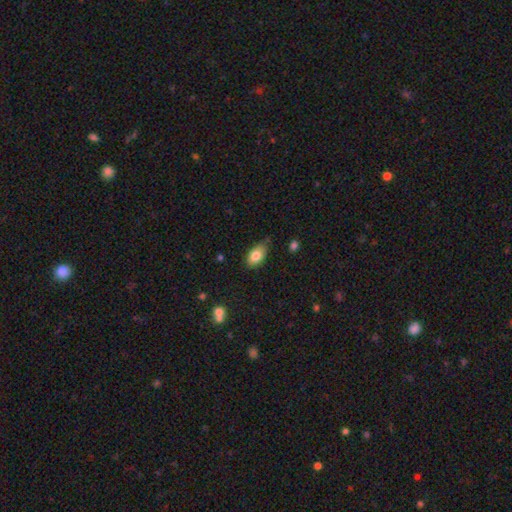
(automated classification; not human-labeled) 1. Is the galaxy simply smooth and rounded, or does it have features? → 81% smooth, 11% featured or disk, 8% star or artifact.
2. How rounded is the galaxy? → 91% in between, 7% round, 2% cigar-shaped.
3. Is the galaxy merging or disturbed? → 69% none, 25% minor disturbance, 4% major disturbance, 2% merger.